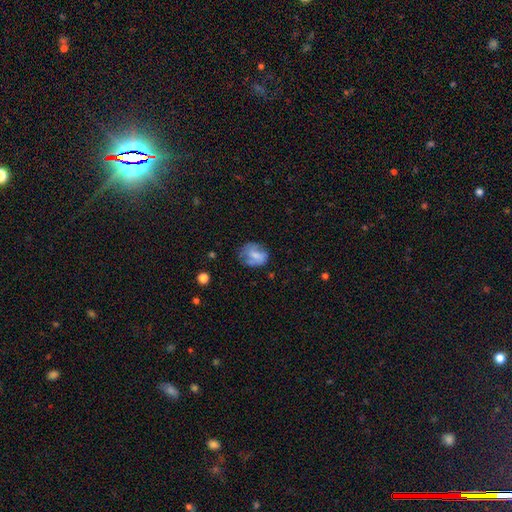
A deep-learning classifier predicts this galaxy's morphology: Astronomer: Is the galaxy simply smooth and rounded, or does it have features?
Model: smooth — 57% (runner-up: featured or disk, 34%).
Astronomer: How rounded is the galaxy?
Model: in between — 50% (runner-up: round, 49%).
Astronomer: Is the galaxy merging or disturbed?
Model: none — 50% (runner-up: minor disturbance, 29%).